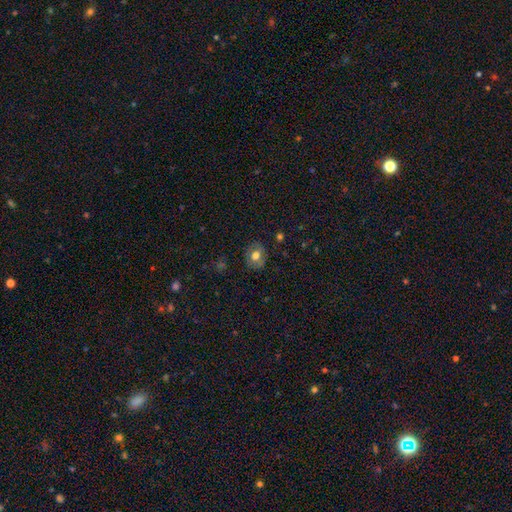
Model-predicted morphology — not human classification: This appears to be a smooth galaxy with no disk features (69%) that is round (65%). Merging: none (83%).